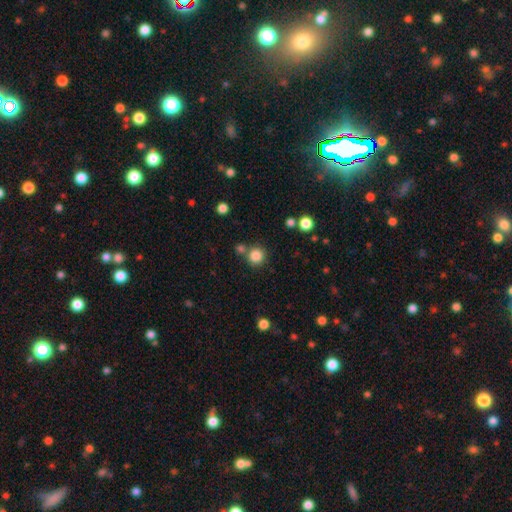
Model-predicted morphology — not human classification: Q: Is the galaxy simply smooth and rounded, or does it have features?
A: smooth — 83%.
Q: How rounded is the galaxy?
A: round — 93%.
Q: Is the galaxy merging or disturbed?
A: none — 76%.